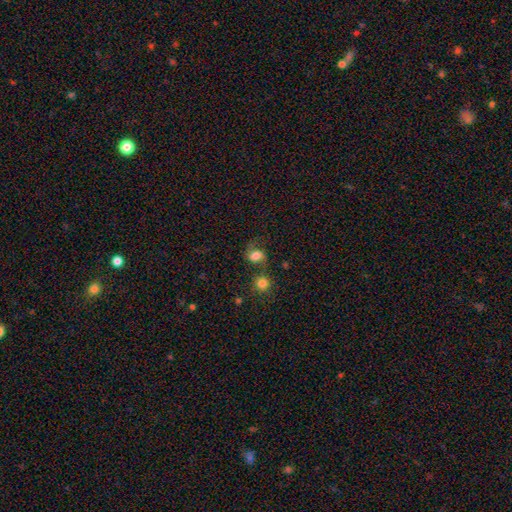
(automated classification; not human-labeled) Smooth or featured? Predicted: smooth (p=0.61). How rounded? Predicted: round (p=0.51). Merging? Predicted: none (p=0.46).